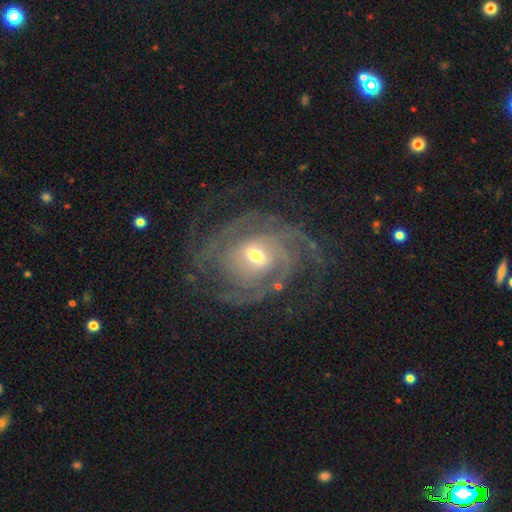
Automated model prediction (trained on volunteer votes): Smooth or featured?
  - featured or disk: 89% *
  - smooth: 6%
  - star or artifact: 6%
Edge-on disk?
  - no: 97% *
  - yes: 3%
Bar?
  - weak: 46% *
  - no: 39%
  - strong: 15%
Spiral arms?
  - yes: 96% *
  - no: 4%
Spiral winding?
  - tight: 57% *
  - medium: 31%
  - loose: 11%
Spiral arm count?
  - 2: 26% * (tied)
  - can't tell: 26% * (tied)
  - 3: 18%
  - 4: 13%
  - more than 4: 9%
  - 1: 8%
Bulge size?
  - moderate: 49% *
  - small: 44%
  - large: 5%
  - none: 1%
  - dominant: 1%
Merging?
  - none: 68% *
  - minor disturbance: 16%
  - major disturbance: 15%
  - merger: 2%